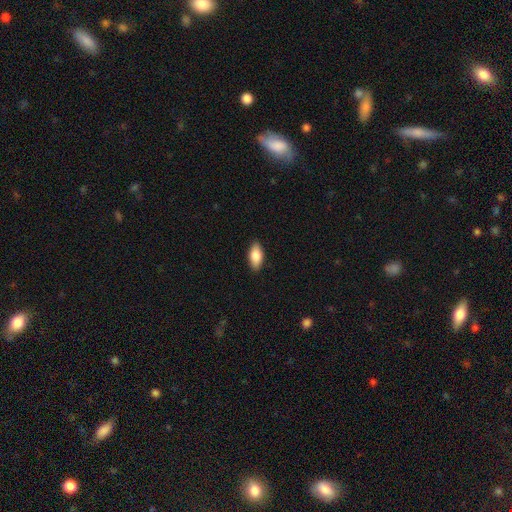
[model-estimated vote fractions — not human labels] Overall: smooth (83%). How rounded: in between (89%). Merging: none (88%).